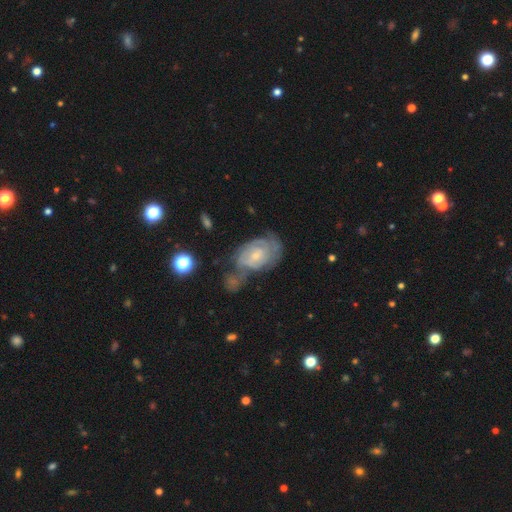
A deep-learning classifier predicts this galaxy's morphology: This appears to be a featured or disk galaxy (73%) with no bar (63%), tight (66%) spiral arms (82%) and a small central bulge (65%). Merging: none (33%).